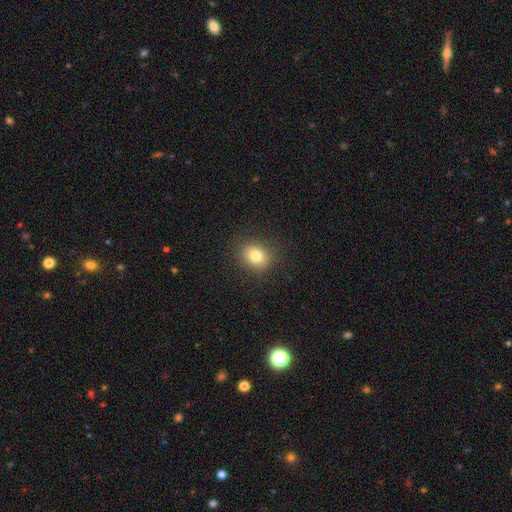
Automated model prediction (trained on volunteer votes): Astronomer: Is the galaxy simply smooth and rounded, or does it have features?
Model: smooth — 80%.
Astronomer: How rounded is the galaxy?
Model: round — 64%.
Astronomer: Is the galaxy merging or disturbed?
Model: none — 88%.